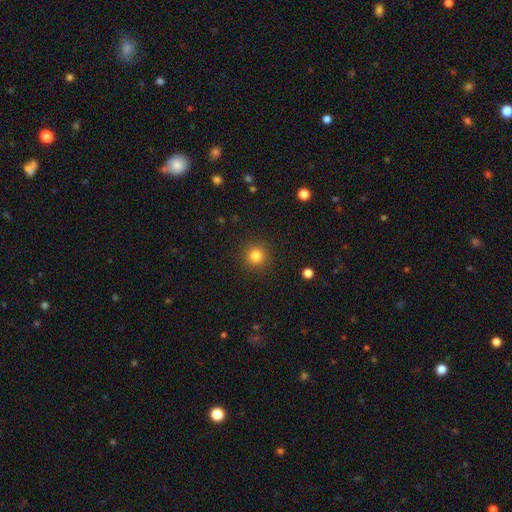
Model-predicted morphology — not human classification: Overall: smooth (83%). How rounded: round (95%). Merging: none (92%).